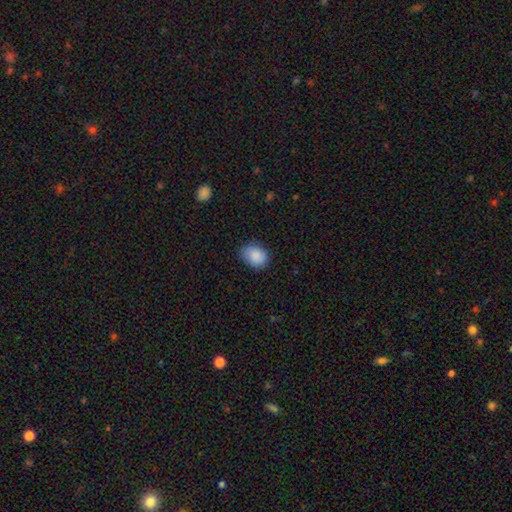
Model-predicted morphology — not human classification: smooth_or_featured: smooth (p=0.89) [alt: star or artifact p=0.07]
how_rounded: in between (p=0.58) [alt: round p=0.41]
merging: none (p=0.80) [alt: minor disturbance p=0.16]